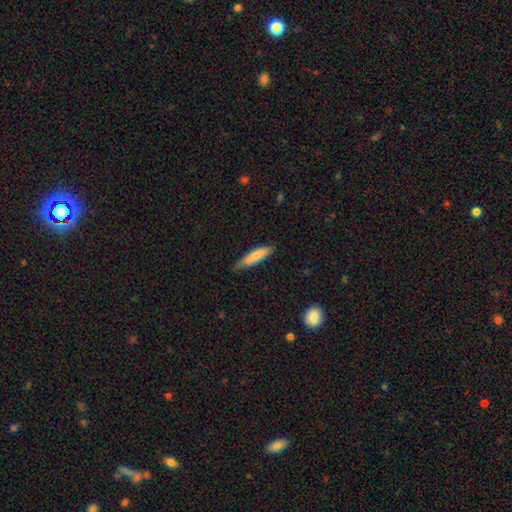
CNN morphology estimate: smooth-or-featured: smooth: 79% | featured or disk: 15% | star or artifact: 6%
  how-rounded: cigar-shaped: 81% | in between: 18% | round: 1%
  merging: none: 76% | minor disturbance: 20% | major disturbance: 3% | merger: 1%